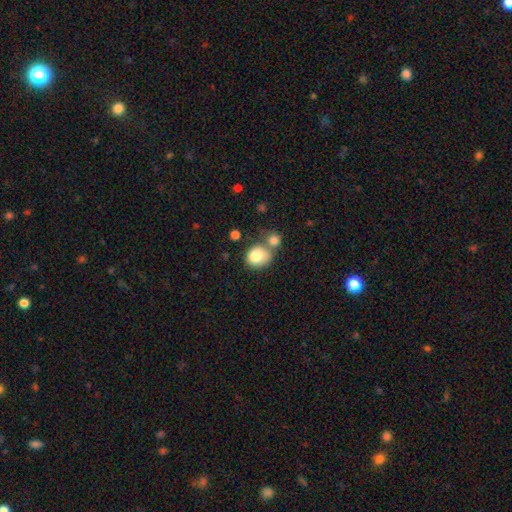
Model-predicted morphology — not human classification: Smooth or featured? Predicted: smooth (p=0.81). How rounded? Predicted: round (p=0.69). Merging? Predicted: none (p=0.41).